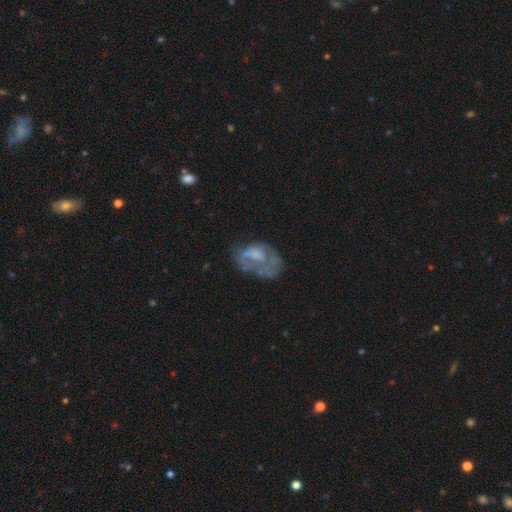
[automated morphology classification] A featured or disk galaxy (52%) with no bar (83%), no spiral arms (80%) and no central bulge (43%).

Vote fractions:
- Smooth or featured? featured or disk: 52% / smooth: 38% / star or artifact: 10%
- Edge-on disk? no: 97% / yes: 3%
- Bar? no: 83% / weak: 15% / strong: 3%
- Spiral arms? no: 80% / yes: 20%
- Bulge size? none: 43% / moderate: 28% / small: 21% / large: 7% / dominant: 1%
- Merging? none: 37% / major disturbance: 32% / minor disturbance: 23% / merger: 8%